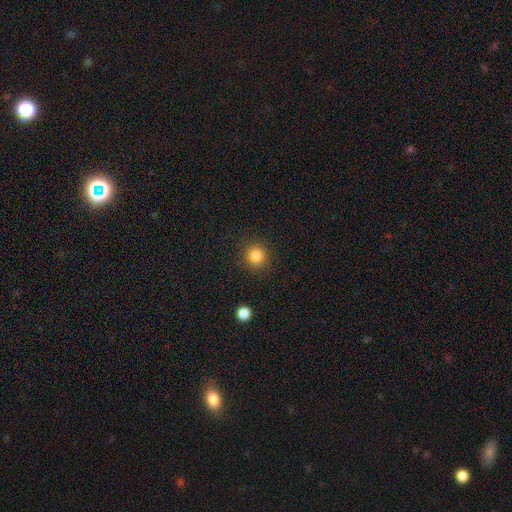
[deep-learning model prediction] smooth-or-featured: smooth: 84% | star or artifact: 11% | featured or disk: 5%
  how-rounded: round: 93% | in between: 6% | cigar-shaped: 1%
  merging: none: 90% | minor disturbance: 6% | major disturbance: 3% | merger: 1%